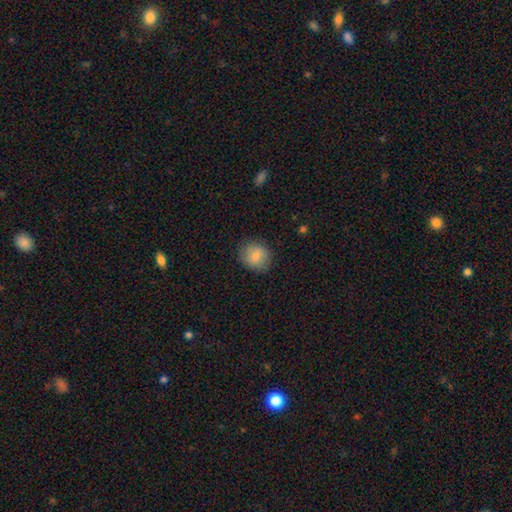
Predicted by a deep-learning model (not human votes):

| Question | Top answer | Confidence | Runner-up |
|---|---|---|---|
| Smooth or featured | smooth | 79% | featured or disk (13%) |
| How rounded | round | 76% | in between (23%) |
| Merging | none | 83% | minor disturbance (13%) |